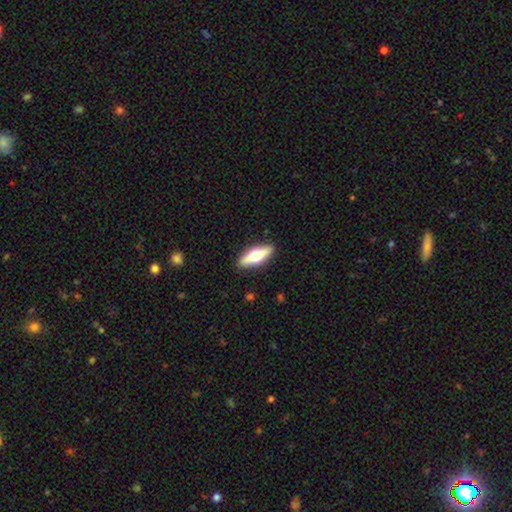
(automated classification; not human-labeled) The model was most divided on "smooth or featured": featured or disk: 50%, smooth: 44%, star or artifact: 6%. More confident: edge-on disk — yes (91%); merging — none (90%).